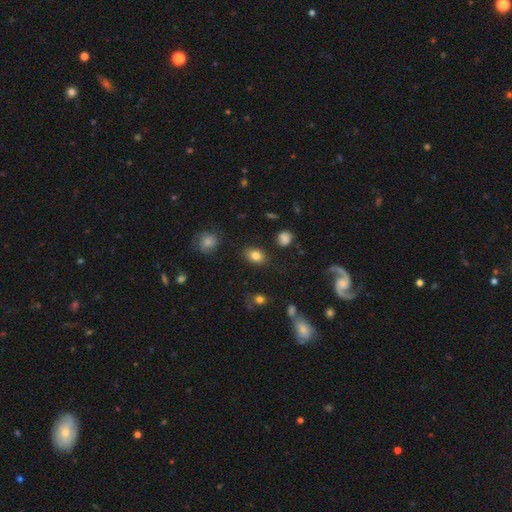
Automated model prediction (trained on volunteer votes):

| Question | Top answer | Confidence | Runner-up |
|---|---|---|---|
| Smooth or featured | smooth | 82% | star or artifact (10%) |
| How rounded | in between | 76% | round (22%) |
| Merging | none | 83% | minor disturbance (12%) |